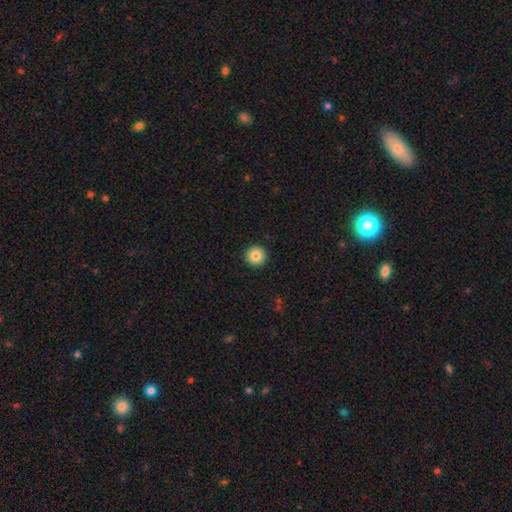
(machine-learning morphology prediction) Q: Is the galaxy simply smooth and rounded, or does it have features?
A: smooth — 84%.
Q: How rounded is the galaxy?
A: round — 96%.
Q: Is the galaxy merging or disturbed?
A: none — 94%.